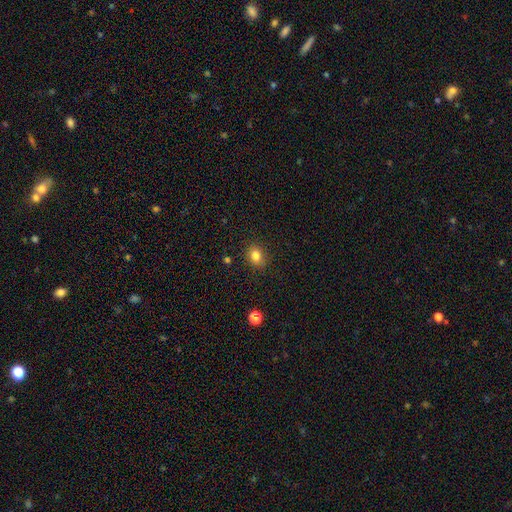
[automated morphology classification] This is clearly a smooth galaxy (83%). How rounded: possibly round (52%). Merging: clearly none (86%).